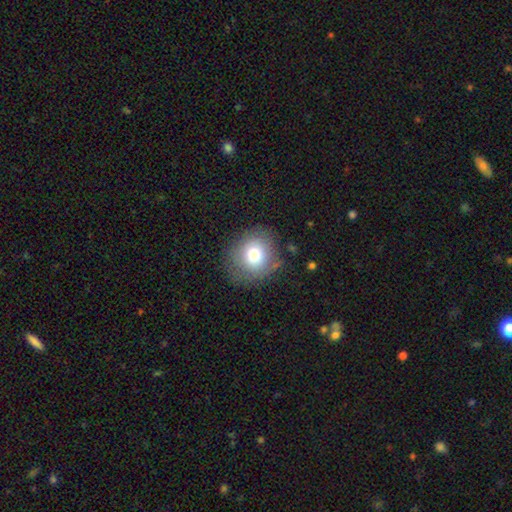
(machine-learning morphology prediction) smooth-or-featured: smooth: 76% | featured or disk: 14% | star or artifact: 10%
  how-rounded: round: 80% | in between: 20% | cigar-shaped: 1%
  merging: none: 78% | minor disturbance: 15% | major disturbance: 6% | merger: 2%